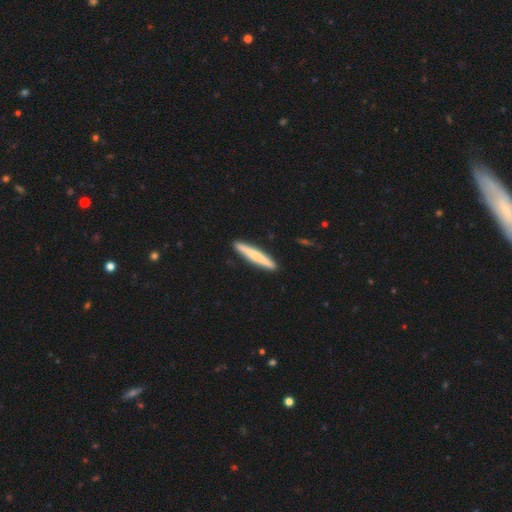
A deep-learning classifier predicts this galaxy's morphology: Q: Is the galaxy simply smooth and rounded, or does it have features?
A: smooth — 62%.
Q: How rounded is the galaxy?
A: cigar-shaped — 96%.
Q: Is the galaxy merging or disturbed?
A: none — 92%.